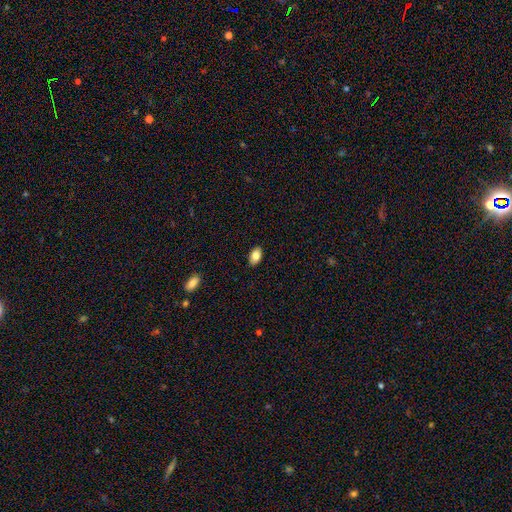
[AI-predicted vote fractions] smooth 83%, featured or disk 10%, star or artifact 8%. Down the decision tree: how rounded — in between (92%); merging — none (89%).